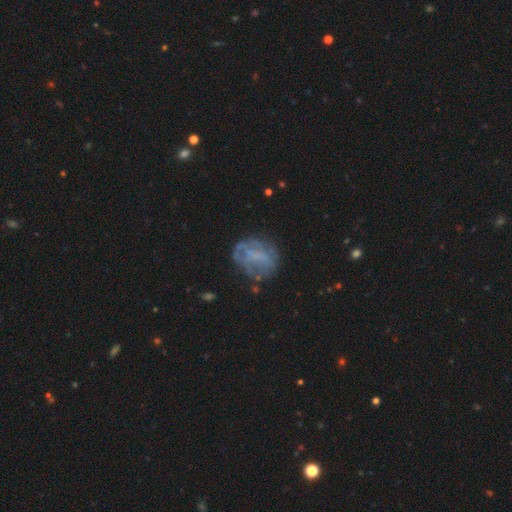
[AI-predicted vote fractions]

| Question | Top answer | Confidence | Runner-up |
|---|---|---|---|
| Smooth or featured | featured or disk | 53% | smooth (34%) |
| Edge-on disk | no | 97% | yes (3%) |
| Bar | no | 57% | weak (31%) |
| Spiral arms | no | 62% | yes (38%) |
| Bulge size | none | 61% | small (21%) |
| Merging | none | 57% | minor disturbance (22%) |